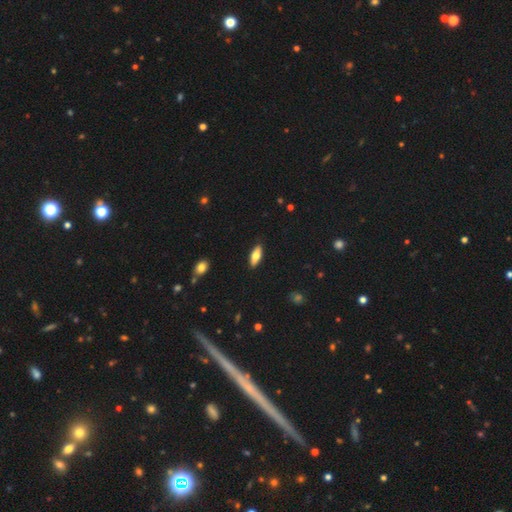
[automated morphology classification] smooth_or_featured: smooth (p=0.69) [alt: featured or disk p=0.25]
how_rounded: in between (p=0.70) [alt: cigar-shaped p=0.28]
merging: none (p=0.88) [alt: minor disturbance p=0.09]